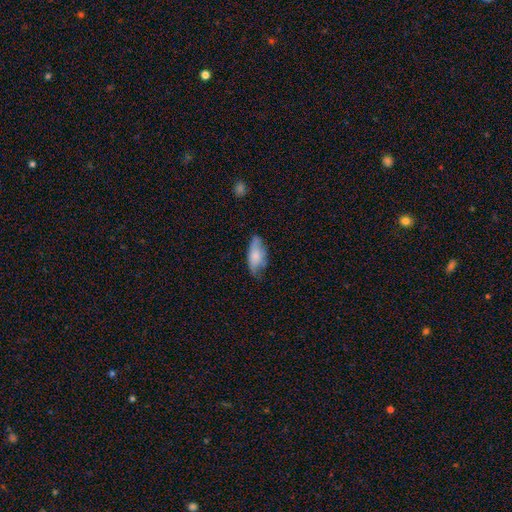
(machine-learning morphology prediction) This appears to be a smooth galaxy with no disk features (72%) that is in between round and cigar-shaped (81%). Merging: none (54%).